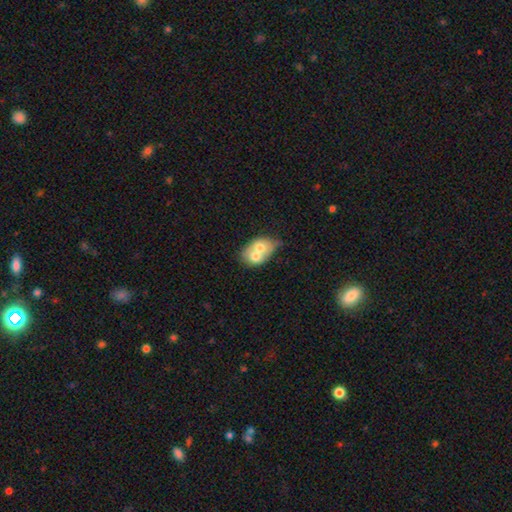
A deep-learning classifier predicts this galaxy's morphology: A smooth galaxy with no disk features (61%) that is in between round and cigar-shaped (68%).

Vote fractions:
- Smooth or featured? smooth: 61% / featured or disk: 32% / star or artifact: 7%
- How rounded? in between: 68% / round: 31% / cigar-shaped: 1%
- Merging? merger: 73% / none: 16% / minor disturbance: 8% / major disturbance: 4%